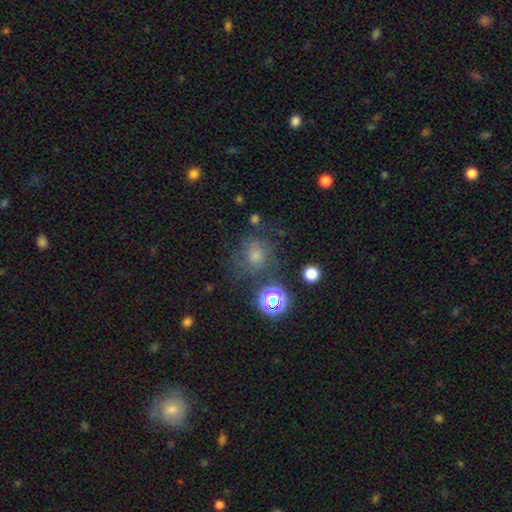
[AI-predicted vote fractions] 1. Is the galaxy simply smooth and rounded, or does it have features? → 59% smooth, 23% star or artifact, 18% featured or disk.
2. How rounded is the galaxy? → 79% round, 20% in between, 1% cigar-shaped.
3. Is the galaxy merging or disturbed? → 60% none, 20% minor disturbance, 14% major disturbance, 6% merger.